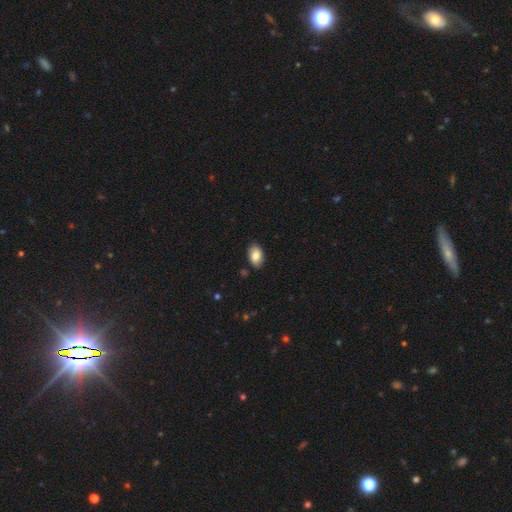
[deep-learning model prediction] Smooth or featured? smooth (84%)
How rounded? in between (90%)
Merging? none (85%)